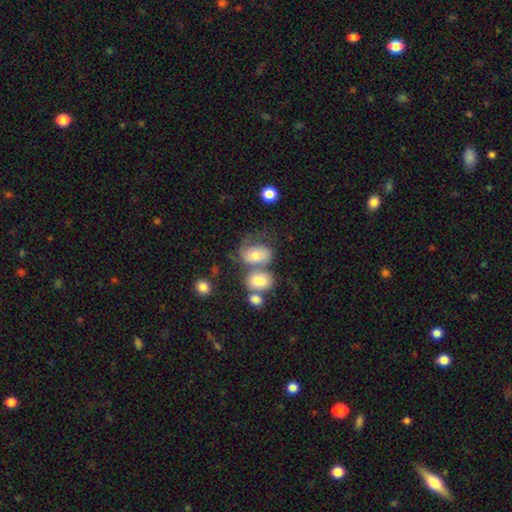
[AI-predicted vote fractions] Morphology: type=smooth (49%); merging=merger (45%).